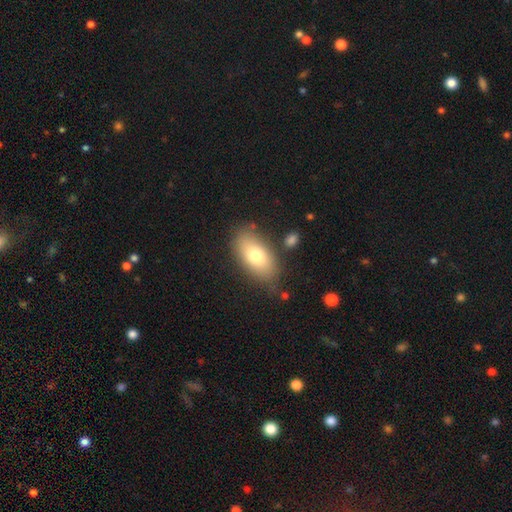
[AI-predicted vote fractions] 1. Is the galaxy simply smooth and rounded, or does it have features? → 75% smooth, 18% featured or disk, 8% star or artifact.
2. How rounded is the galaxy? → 91% in between, 5% round, 4% cigar-shaped.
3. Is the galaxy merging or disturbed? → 76% none, 15% minor disturbance, 5% major disturbance, 4% merger.